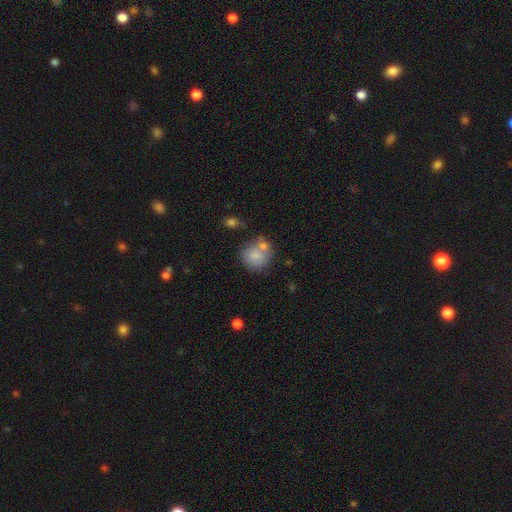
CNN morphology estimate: A smooth galaxy with no disk features (79%) that is round (81%).

Vote fractions:
- Smooth or featured? smooth: 79% / featured or disk: 13% / star or artifact: 8%
- How rounded? round: 81% / in between: 18% / cigar-shaped: 1%
- Merging? none: 48% / merger: 32% / minor disturbance: 15% / major disturbance: 6%